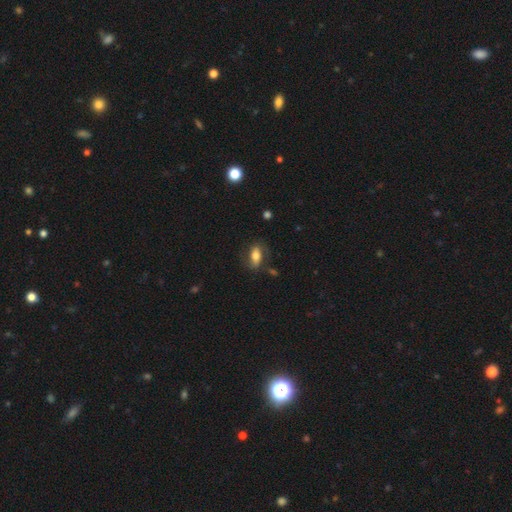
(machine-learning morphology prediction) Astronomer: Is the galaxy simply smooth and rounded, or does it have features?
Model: smooth — 65%.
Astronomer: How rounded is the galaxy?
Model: in between — 81%.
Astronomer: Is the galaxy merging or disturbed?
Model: none — 70%.